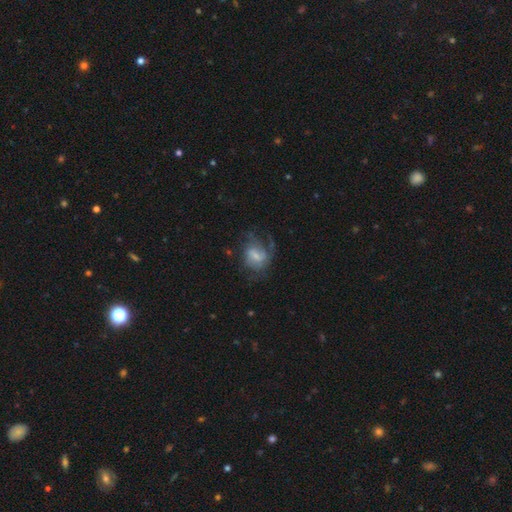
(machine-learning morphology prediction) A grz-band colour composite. It shows a featured or disk galaxy (61%) with a weak bar (51%), spiral arms (80%) and a small central bulge (43%). Merging: none (41%).